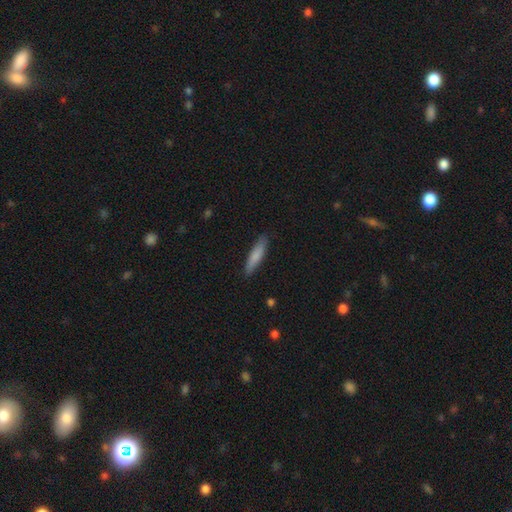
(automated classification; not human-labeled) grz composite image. It shows a smooth galaxy with no disk features (80%) that is cigar-shaped (83%). Merging: none (87%).